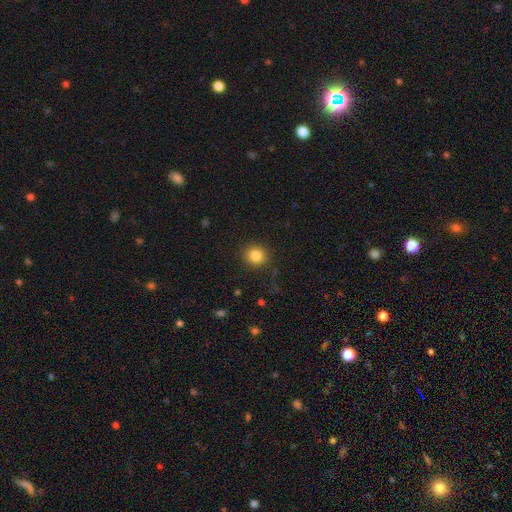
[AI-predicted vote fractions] A smooth galaxy with no disk features (84%) that is round (88%). Merging: none (88%).